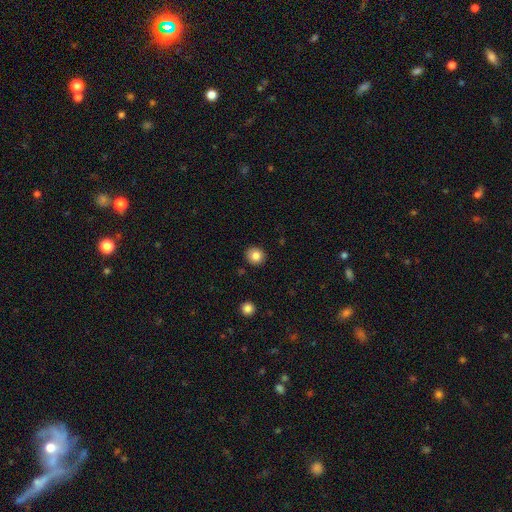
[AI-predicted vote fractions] A smooth galaxy with no disk features (84%) that is round (89%).

Vote fractions:
- Smooth or featured? smooth: 84% / star or artifact: 10% / featured or disk: 6%
- How rounded? round: 89% / in between: 10% / cigar-shaped: 1%
- Merging? none: 90% / minor disturbance: 7% / major disturbance: 2% / merger: 1%